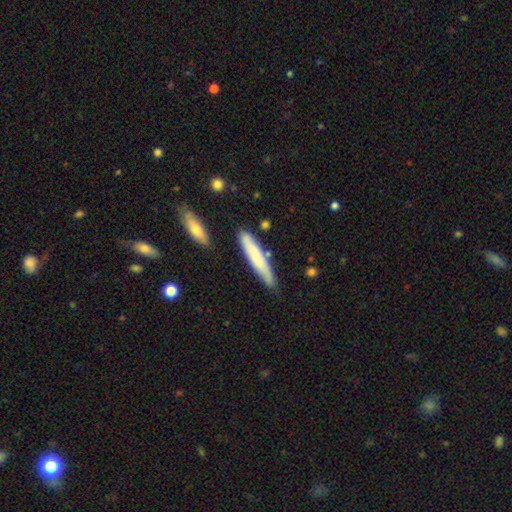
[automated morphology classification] smooth-or-featured: smooth: 69% | featured or disk: 25% | star or artifact: 6%
  how-rounded: cigar-shaped: 89% | in between: 10% | round: 1%
  merging: none: 78% | minor disturbance: 15% | merger: 5% | major disturbance: 2%